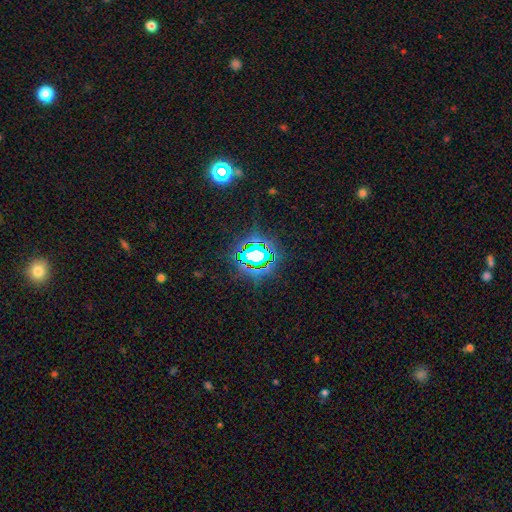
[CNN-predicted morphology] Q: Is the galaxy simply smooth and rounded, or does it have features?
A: star or artifact — 73%.